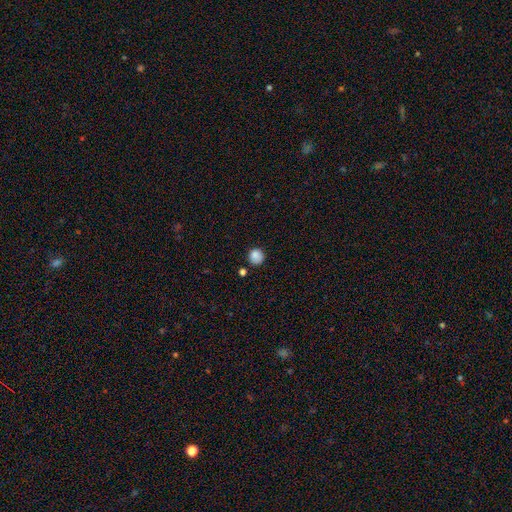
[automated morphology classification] A smooth galaxy with no disk features (86%) that is round (92%).

Vote fractions:
- Smooth or featured? smooth: 86% / star or artifact: 10% / featured or disk: 4%
- How rounded? round: 92% / in between: 7% / cigar-shaped: 1%
- Merging? none: 83% / minor disturbance: 11% / merger: 4% / major disturbance: 3%